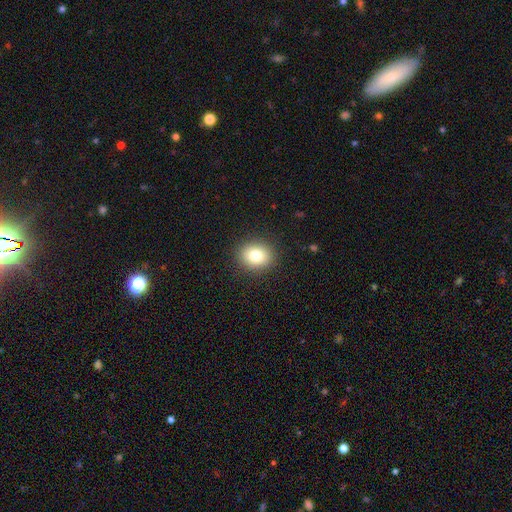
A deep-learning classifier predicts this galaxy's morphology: smooth 80%, star or artifact 11%, featured or disk 9%. Down the decision tree: how rounded — round (65%); merging — none (90%).